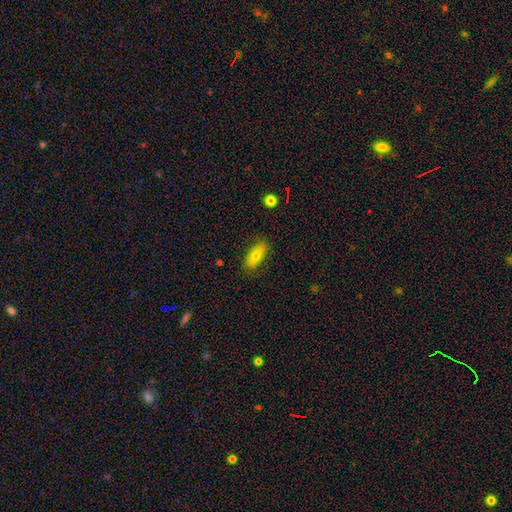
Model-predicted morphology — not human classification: Smooth or featured? Predicted: smooth (p=0.73). How rounded? Predicted: in between (p=0.78). Merging? Predicted: none (p=0.83).